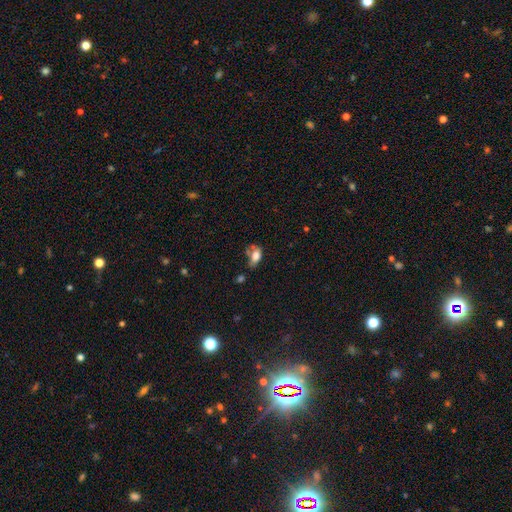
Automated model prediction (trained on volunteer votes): Smooth or featured? smooth (74%)
How rounded? in between (85%)
Merging? none (38%)